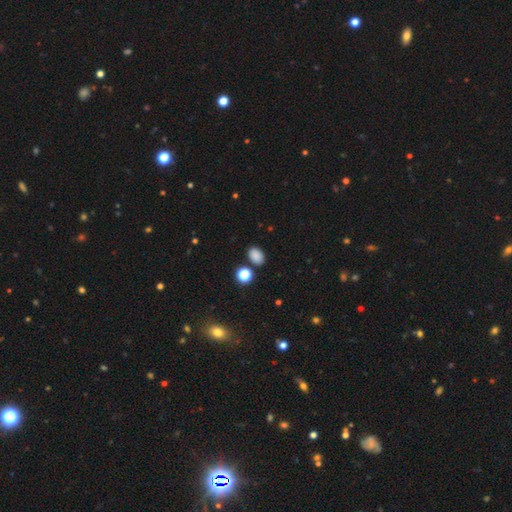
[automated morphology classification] Smooth or featured? Predicted: smooth (p=0.83). How rounded? Predicted: in between (p=0.78). Merging? Predicted: none (p=0.82).